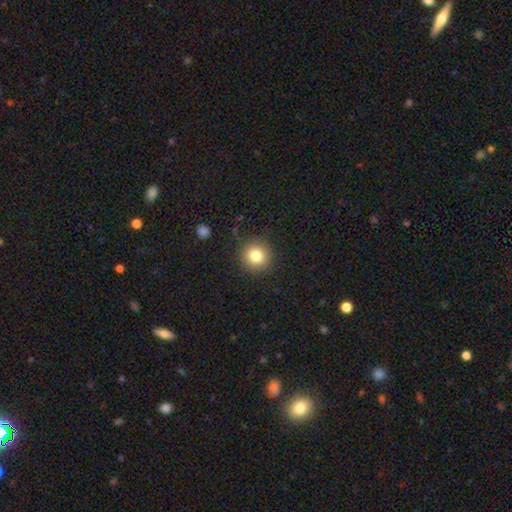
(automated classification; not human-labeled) Q: Smooth or featured?
A: smooth (81%); runner-up: star or artifact (11%)
Q: How rounded?
A: round (91%); runner-up: in between (8%)
Q: Merging?
A: none (89%); runner-up: minor disturbance (7%)